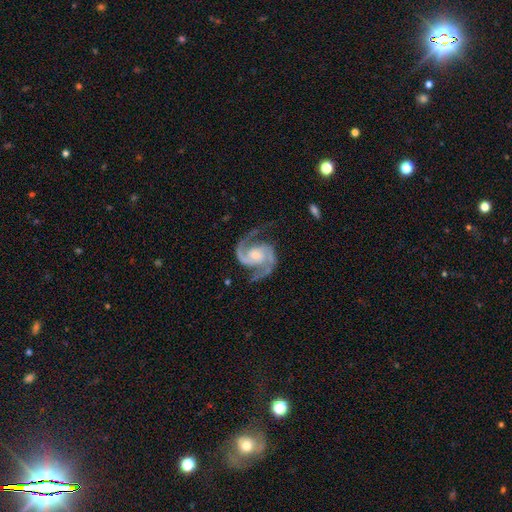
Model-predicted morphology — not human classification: This appears to be a featured or disk galaxy (94%) with no bar (58%), 2 (94%) medium (63%) spiral arms (99%) and a moderate central bulge (43%). Merging: none (75%).